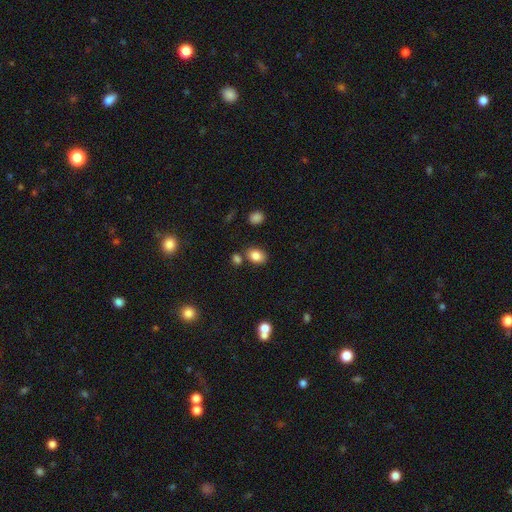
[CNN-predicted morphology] smooth 84%, star or artifact 10%, featured or disk 6%. Down the decision tree: how rounded — in between (70%); merging — none (73%).